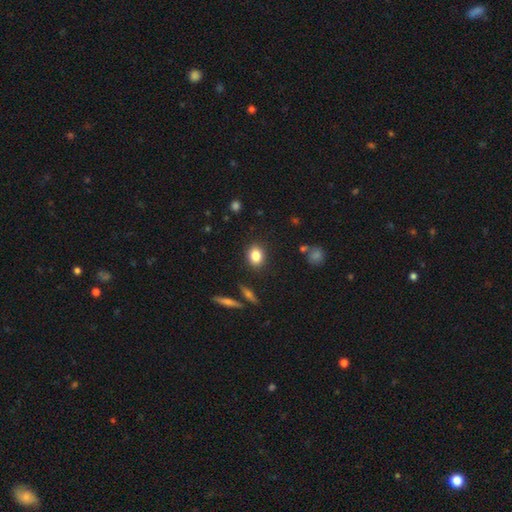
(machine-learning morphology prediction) Smooth or featured: smooth — 83% (star or artifact — 10%)
How rounded: in between — 55% (round — 44%)
Merging: none — 88% (minor disturbance — 8%)